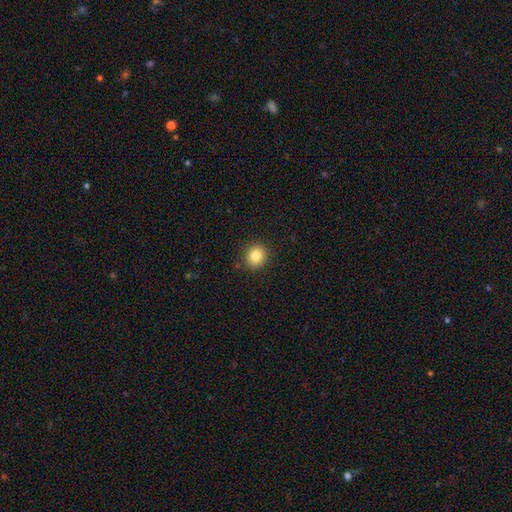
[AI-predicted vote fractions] Smooth or featured: smooth — 83% (star or artifact — 10%)
How rounded: round — 87% (in between — 12%)
Merging: none — 91% (minor disturbance — 6%)